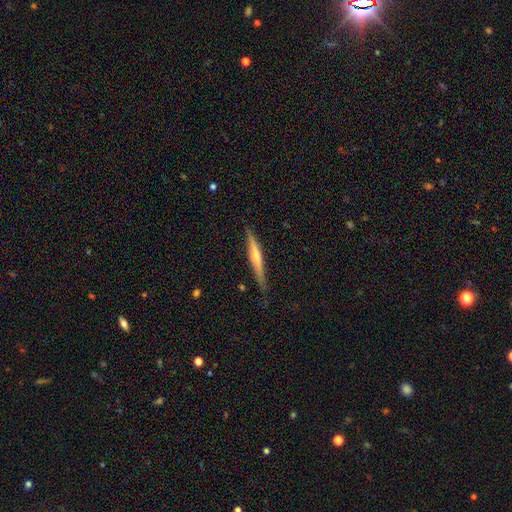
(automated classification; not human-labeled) smooth-or-featured: featured or disk: 62% | smooth: 32% | star or artifact: 6%
  disk-edge-on: yes: 97% | no: 3%
    edge-on-bulge: rounded: 67% | none: 26% | boxy: 7%
  merging: none: 85% | minor disturbance: 12% | major disturbance: 2% | merger: 1%